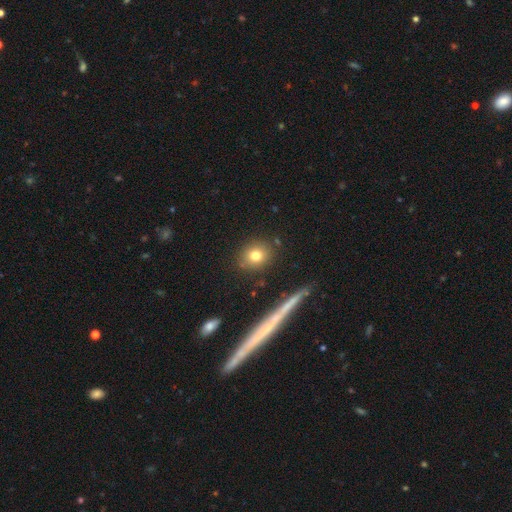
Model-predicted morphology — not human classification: Smooth or featured?
  - smooth: 77% *
  - star or artifact: 12%
  - featured or disk: 11%
How rounded?
  - round: 77% *
  - in between: 20%
  - cigar-shaped: 3%
Merging?
  - none: 86% *
  - minor disturbance: 8%
  - merger: 3%
  - major disturbance: 2%